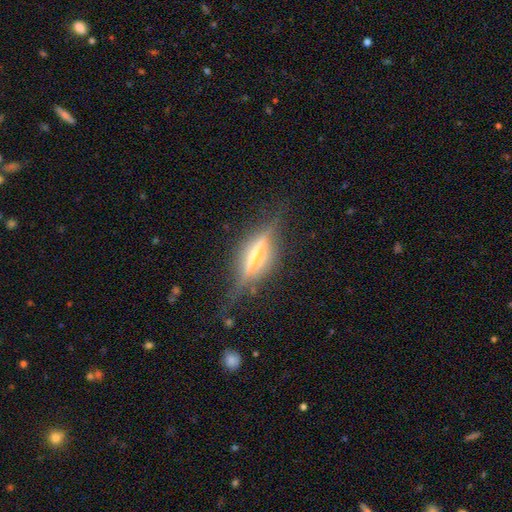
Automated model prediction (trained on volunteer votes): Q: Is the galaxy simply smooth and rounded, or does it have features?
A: featured or disk — 77%.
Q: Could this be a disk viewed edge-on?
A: yes — 92%.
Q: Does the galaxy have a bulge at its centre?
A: rounded — 71%.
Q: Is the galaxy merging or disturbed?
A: none — 75%.